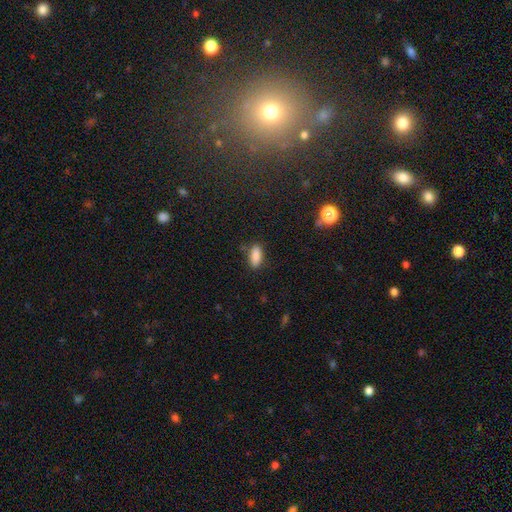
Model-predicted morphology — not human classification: The model was most divided on "how rounded": in between: 79%, cigar-shaped: 19%, round: 3%. More confident: smooth or featured — smooth (86%); merging — none (81%).